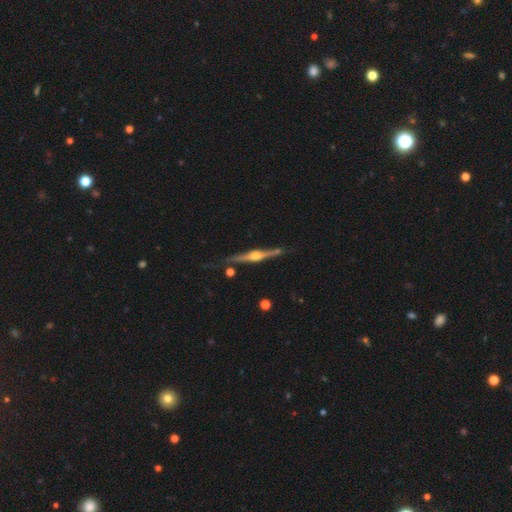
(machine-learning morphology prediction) type=featured or disk (85%); edge-on=yes (98%); edge-on bulge=rounded (93%); merging=none (80%).